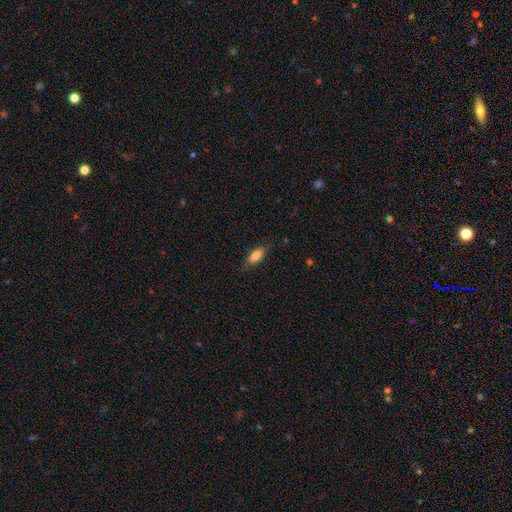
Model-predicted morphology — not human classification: Smooth or featured? Predicted: smooth (p=0.82). How rounded? Predicted: in between (p=0.77). Merging? Predicted: none (p=0.81).